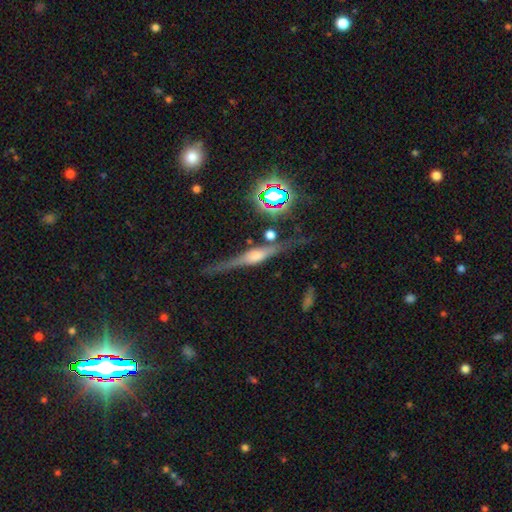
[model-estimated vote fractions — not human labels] featured or disk 78%, smooth 12%, star or artifact 11%. Down the decision tree: edge-on disk — yes (96%); edge-on bulge — rounded (75%); merging — none (81%).